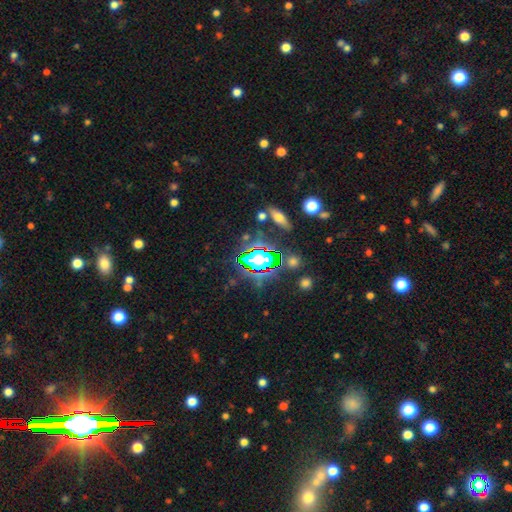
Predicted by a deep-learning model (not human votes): Overall: star or artifact (74%).